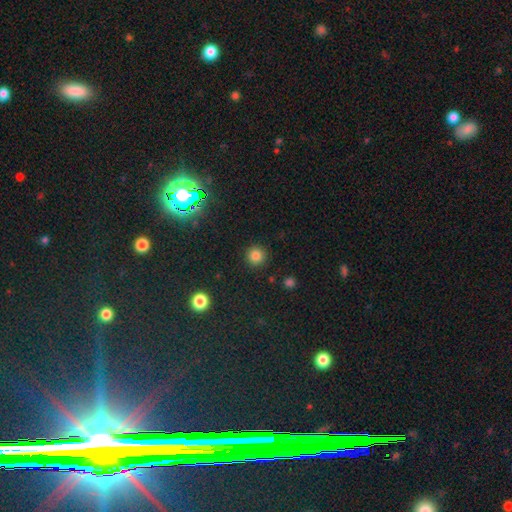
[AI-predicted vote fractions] Smooth or featured? Predicted: smooth (p=0.81). How rounded? Predicted: round (p=0.95). Merging? Predicted: none (p=0.90).